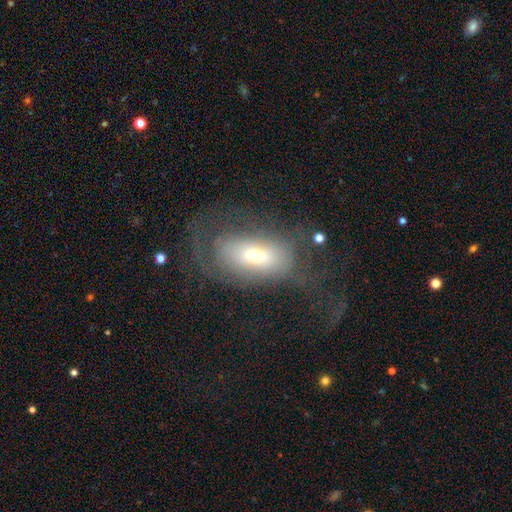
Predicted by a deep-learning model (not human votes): smooth_or_featured: smooth (p=0.54) [alt: featured or disk p=0.34]
how_rounded: in between (p=0.81) [alt: round p=0.16]
merging: none (p=0.44) [alt: major disturbance p=0.35]